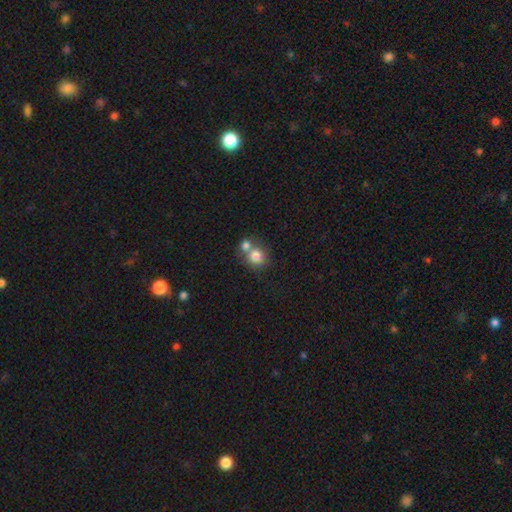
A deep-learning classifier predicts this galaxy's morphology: Smooth or featured? smooth (78%)
How rounded? round (80%)
Merging? merger (51%)